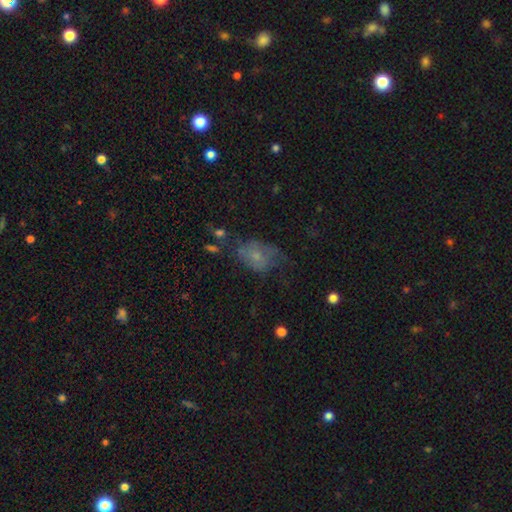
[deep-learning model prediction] smooth-or-featured: smooth: 53% | featured or disk: 31% | star or artifact: 16%
  how-rounded: in between: 75% | round: 23% | cigar-shaped: 2%
  merging: none: 38% | minor disturbance: 30% | major disturbance: 28% | merger: 4%